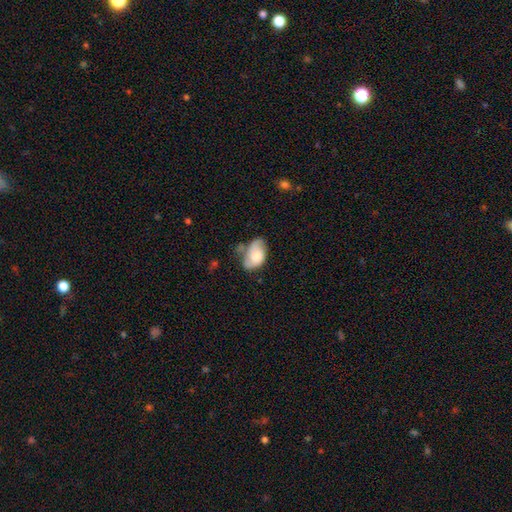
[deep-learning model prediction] A smooth galaxy with no disk features (64%) that is in between round and cigar-shaped (91%).

Vote fractions:
- Smooth or featured? smooth: 64% / featured or disk: 29% / star or artifact: 7%
- How rounded? in between: 91% / round: 8% / cigar-shaped: 1%
- Merging? none: 38% / minor disturbance: 35% / major disturbance: 14% / merger: 13%